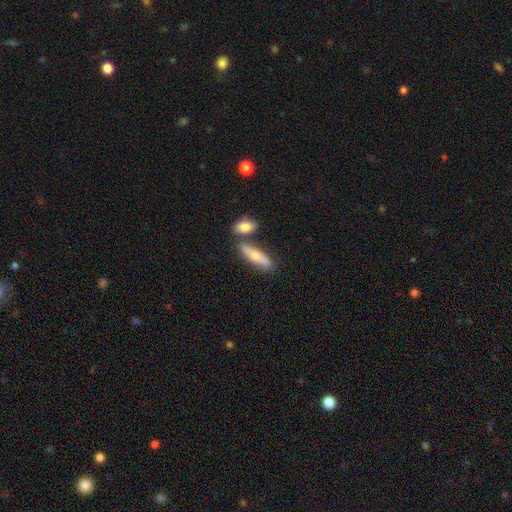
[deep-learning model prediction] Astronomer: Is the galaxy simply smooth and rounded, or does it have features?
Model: smooth — 67%.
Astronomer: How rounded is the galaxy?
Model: cigar-shaped — 55% (runner-up: in between, 42%).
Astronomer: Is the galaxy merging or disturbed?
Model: none — 63%.